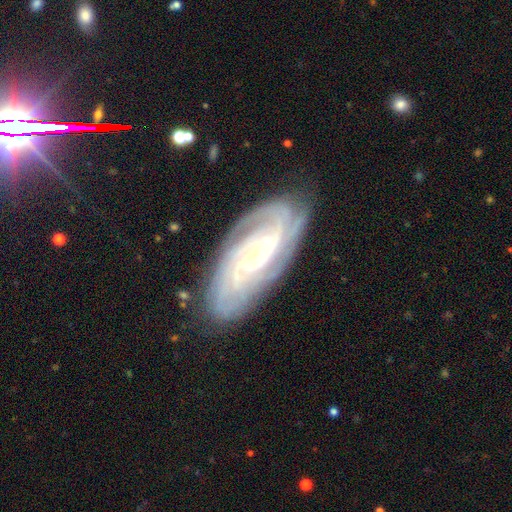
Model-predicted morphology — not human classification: A featured or disk galaxy (86%) with no bar (64%), tight (74%) spiral arms (97%) and a small central bulge (71%).

Vote fractions:
- Smooth or featured? featured or disk: 86% / smooth: 8% / star or artifact: 6%
- Edge-on disk? no: 93% / yes: 7%
- Bar? no: 64% / weak: 25% / strong: 11%
- Spiral arms? yes: 97% / no: 3%
- Spiral winding? tight: 74% / medium: 22% / loose: 4%
- Spiral arm count? can't tell: 25% / 3: 23% / 4: 20% / 2: 19% / more than 4: 8% / 1: 6%
- Bulge size? small: 71% / moderate: 25% / large: 2% / none: 1% / dominant: 1%
- Merging? none: 80% / minor disturbance: 15% / major disturbance: 4% / merger: 1%